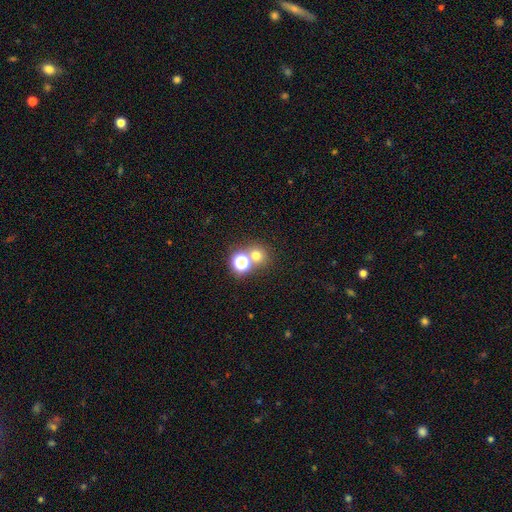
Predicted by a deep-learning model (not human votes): A smooth galaxy with no disk features (65%) that is round (86%).

Vote fractions:
- Smooth or featured? smooth: 65% / star or artifact: 26% / featured or disk: 9%
- How rounded? round: 86% / in between: 13% / cigar-shaped: 1%
- Merging? none: 62% / merger: 29% / minor disturbance: 6% / major disturbance: 3%